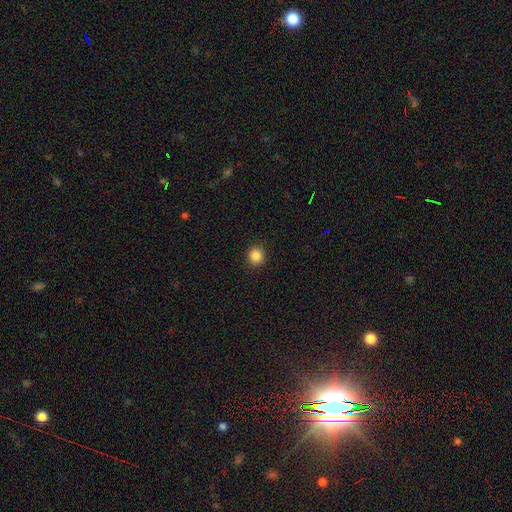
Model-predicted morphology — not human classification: This is clearly a smooth galaxy (86%). How rounded: clearly round (91%). Merging: clearly none (92%).